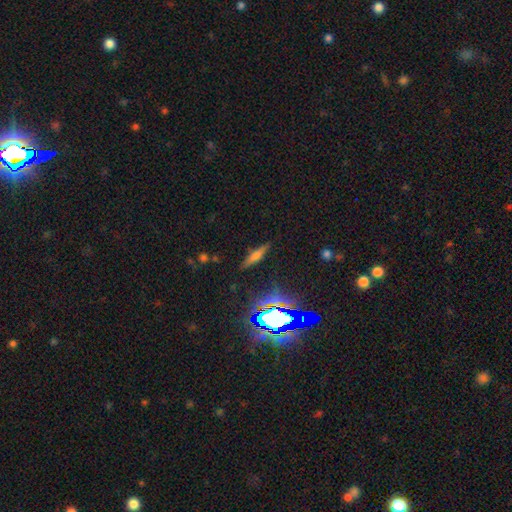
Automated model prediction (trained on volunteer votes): This is marginally a featured or disk galaxy (41%, tied with smooth). Merging: clearly none (85%).